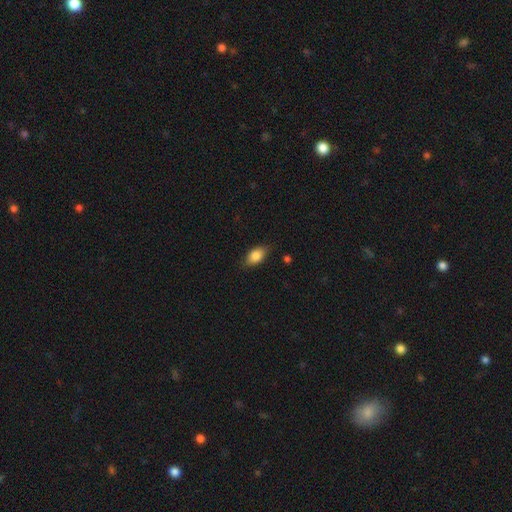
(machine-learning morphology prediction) smooth_or_featured: smooth (p=0.82) [alt: featured or disk p=0.10]
how_rounded: in between (p=0.87) [alt: round p=0.09]
merging: none (p=0.78) [alt: minor disturbance p=0.18]